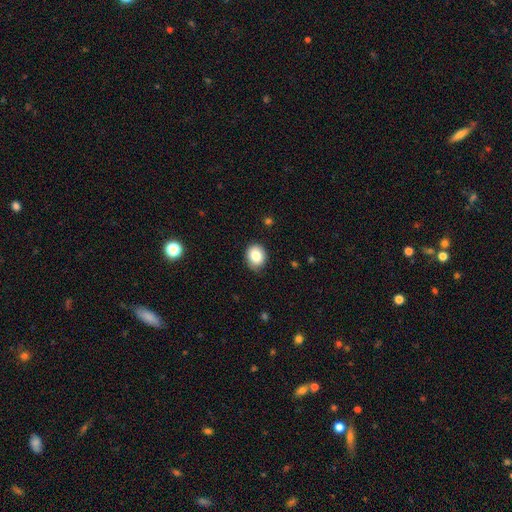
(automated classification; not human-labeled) A smooth galaxy with no disk features (82%) that is round (62%). Merging: none (85%).